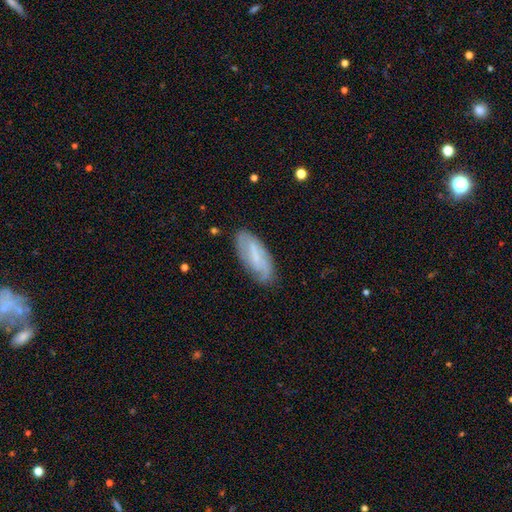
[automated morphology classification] featured or disk 54%, smooth 38%, star or artifact 8%. Down the decision tree: edge-on disk — no (87%); merging — none (75%).